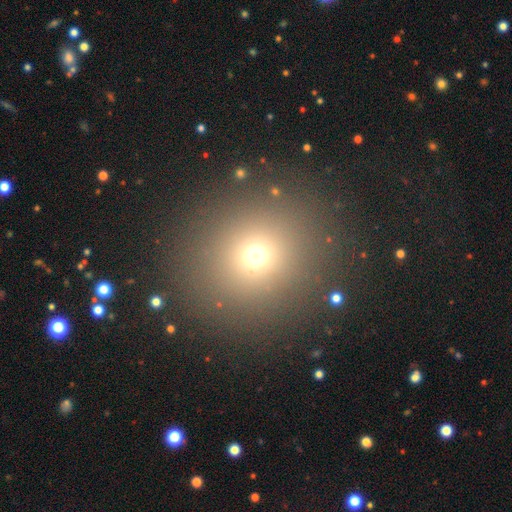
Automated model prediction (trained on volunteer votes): smooth 65%, star or artifact 26%, featured or disk 8%. Down the decision tree: how rounded — round (89%); merging — none (89%).